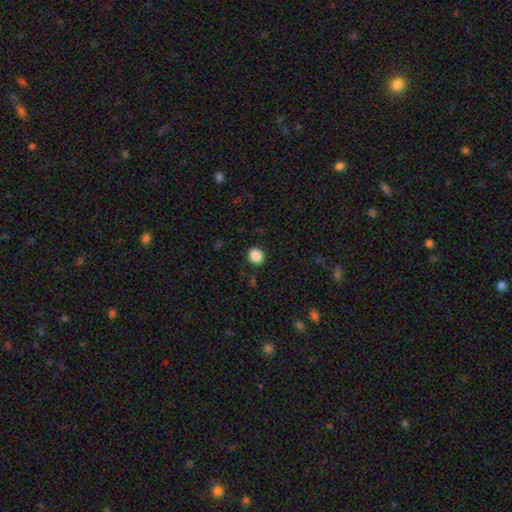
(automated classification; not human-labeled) This appears to be a smooth galaxy with no disk features (87%) that is round (78%). Merging: none (90%).